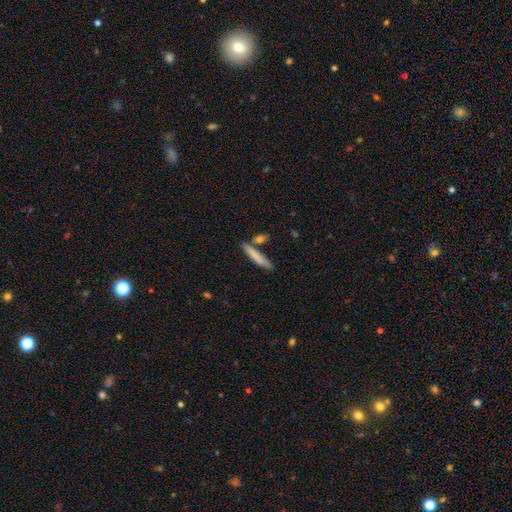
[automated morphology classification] Smooth or featured? smooth (79%)
How rounded? cigar-shaped (89%)
Merging? none (73%)